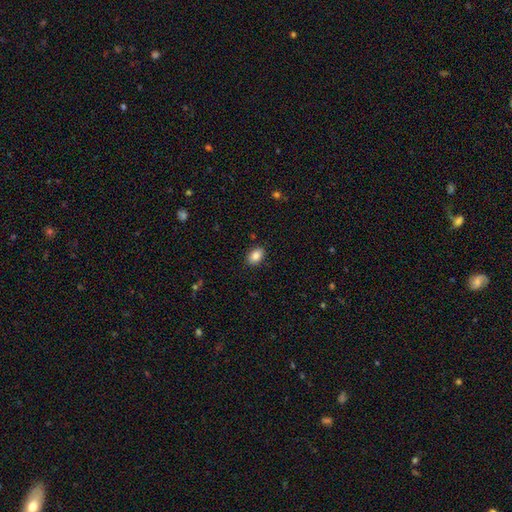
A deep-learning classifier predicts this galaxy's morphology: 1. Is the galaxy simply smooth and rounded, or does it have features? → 87% smooth, 8% star or artifact, 5% featured or disk.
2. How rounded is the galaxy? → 84% in between, 15% round, 1% cigar-shaped.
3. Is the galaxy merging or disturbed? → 87% none, 10% minor disturbance, 2% major disturbance, 1% merger.